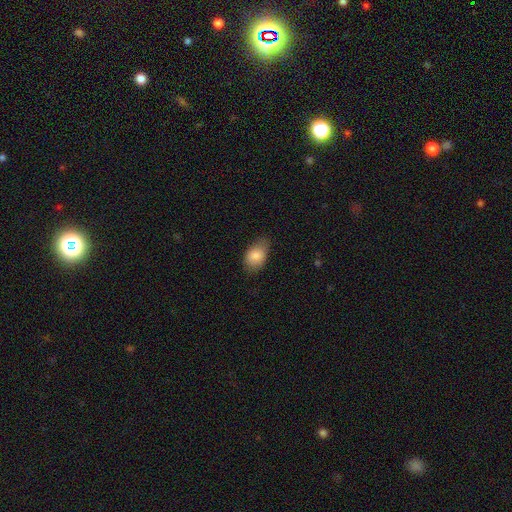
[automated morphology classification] Overall: smooth (85%). How rounded: in between (87%). Merging: none (65%; minor disturbance 27%).